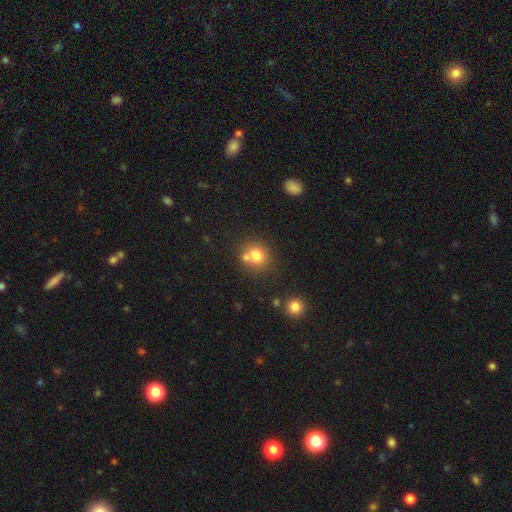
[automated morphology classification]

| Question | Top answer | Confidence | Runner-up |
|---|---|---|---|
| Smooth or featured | smooth | 76% | star or artifact (12%) |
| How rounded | round | 81% | in between (18%) |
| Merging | none | 57% | merger (28%) |